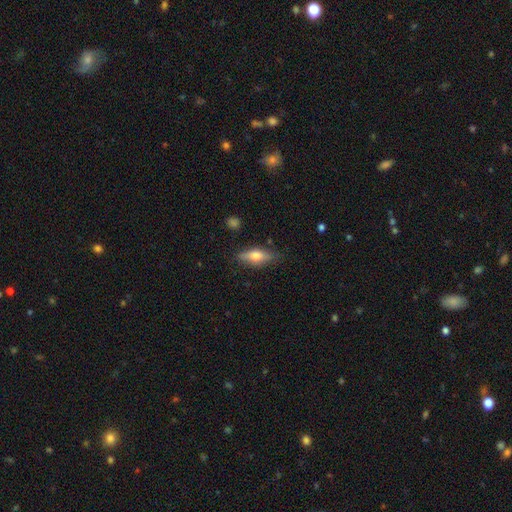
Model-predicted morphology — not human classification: This appears to be a smooth galaxy with no disk features (57%) that is in between round and cigar-shaped (62%). Merging: none (79%).